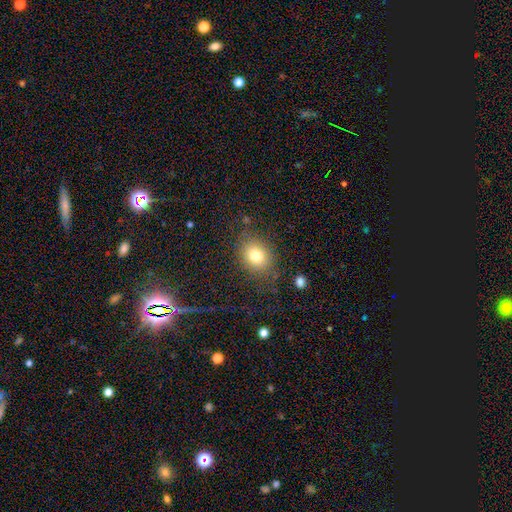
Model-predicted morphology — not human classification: type=smooth (78%); roundness=round (54%); merging=none (78%).